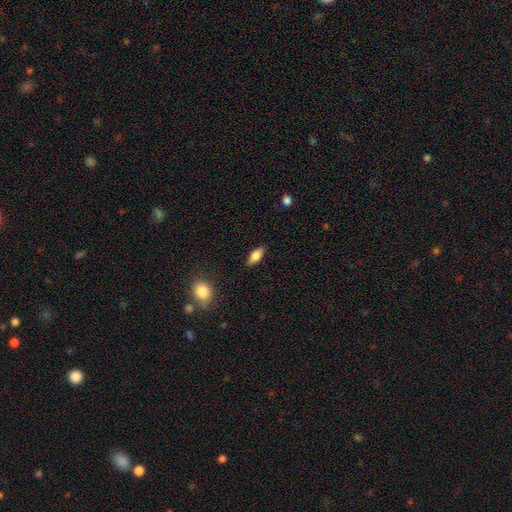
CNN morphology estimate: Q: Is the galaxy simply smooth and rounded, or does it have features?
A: smooth — 79%.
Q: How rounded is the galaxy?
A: in between — 80%.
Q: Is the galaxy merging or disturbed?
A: none — 86%.